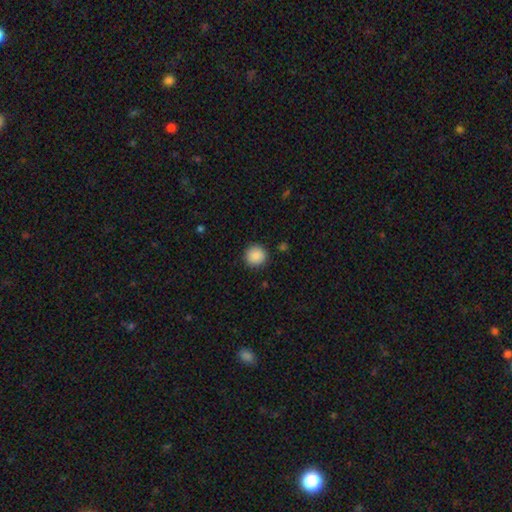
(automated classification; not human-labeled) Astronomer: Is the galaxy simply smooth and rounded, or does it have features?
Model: smooth — 88%.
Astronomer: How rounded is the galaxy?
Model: round — 94%.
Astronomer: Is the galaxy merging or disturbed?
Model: none — 91%.